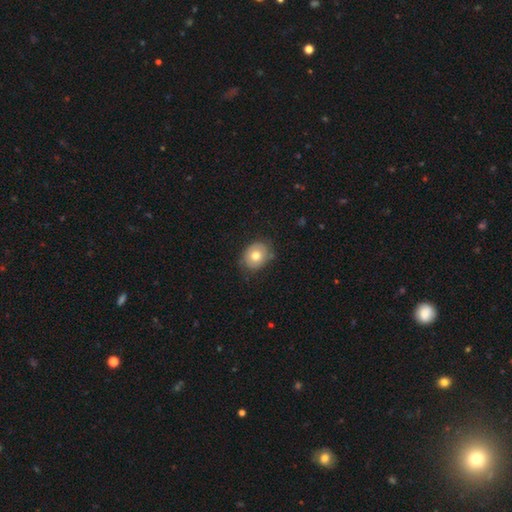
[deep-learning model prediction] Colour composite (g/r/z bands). It shows a smooth galaxy with no disk features (70%) that is round (58%). Merging: none (73%).